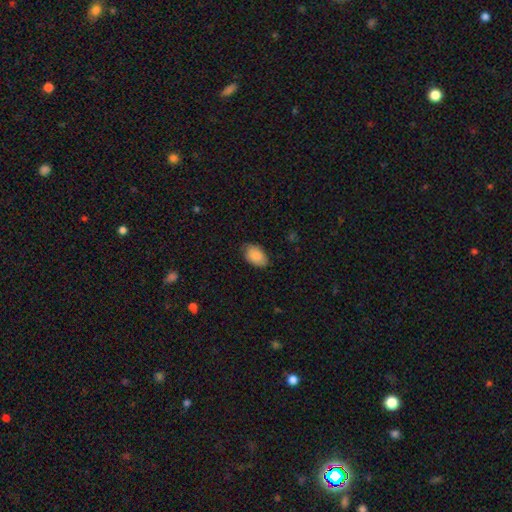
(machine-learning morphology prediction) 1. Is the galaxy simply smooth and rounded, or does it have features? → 87% smooth, 7% star or artifact, 6% featured or disk.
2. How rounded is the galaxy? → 88% in between, 11% round, 1% cigar-shaped.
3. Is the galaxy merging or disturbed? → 74% none, 22% minor disturbance, 4% major disturbance, 1% merger.